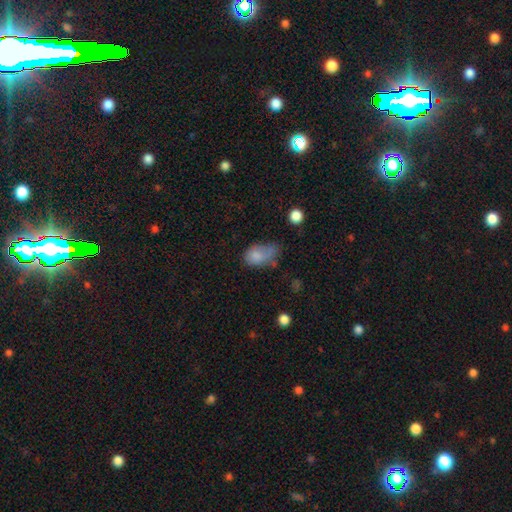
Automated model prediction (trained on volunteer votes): Q: Smooth or featured?
A: smooth (76%); runner-up: featured or disk (13%)
Q: How rounded?
A: in between (82%); runner-up: round (16%)
Q: Merging?
A: minor disturbance (34%); runner-up: none (28%)